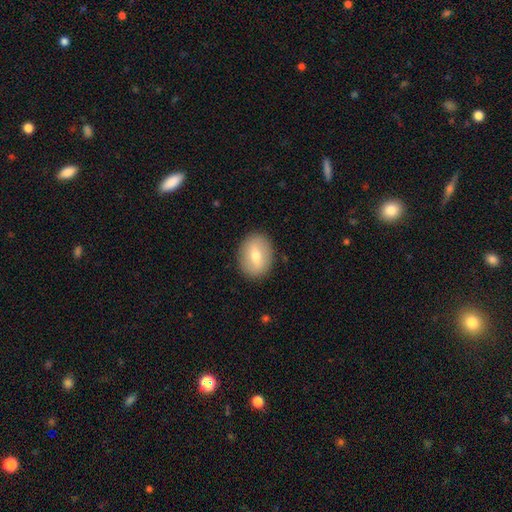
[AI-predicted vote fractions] Smooth or featured?
  - smooth: 62% *
  - featured or disk: 31%
  - star or artifact: 7%
How rounded?
  - in between: 67% *
  - round: 32%
  - cigar-shaped: 1%
Merging?
  - none: 87% *
  - minor disturbance: 9%
  - major disturbance: 3%
  - merger: 1%